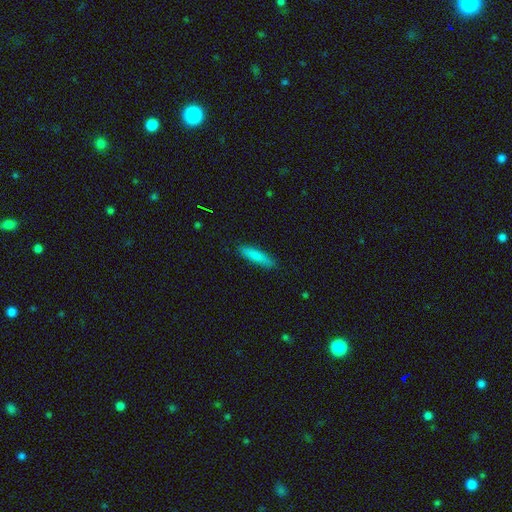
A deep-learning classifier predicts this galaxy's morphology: smooth 82%, featured or disk 12%, star or artifact 6%. Down the decision tree: how rounded — cigar-shaped (77%); merging — none (88%).